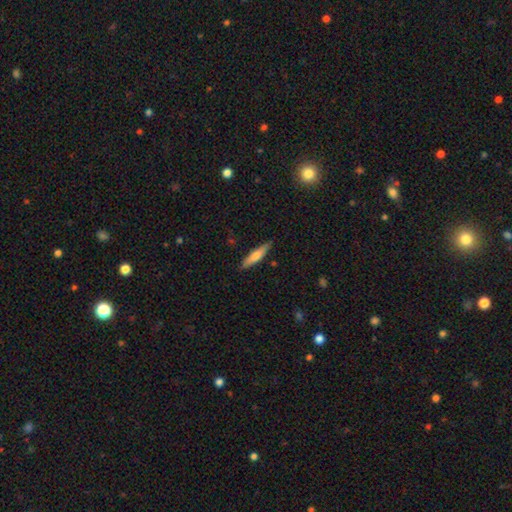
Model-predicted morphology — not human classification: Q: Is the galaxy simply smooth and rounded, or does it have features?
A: smooth — 58%.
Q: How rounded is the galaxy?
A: cigar-shaped — 82%.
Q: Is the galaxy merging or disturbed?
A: none — 87%.